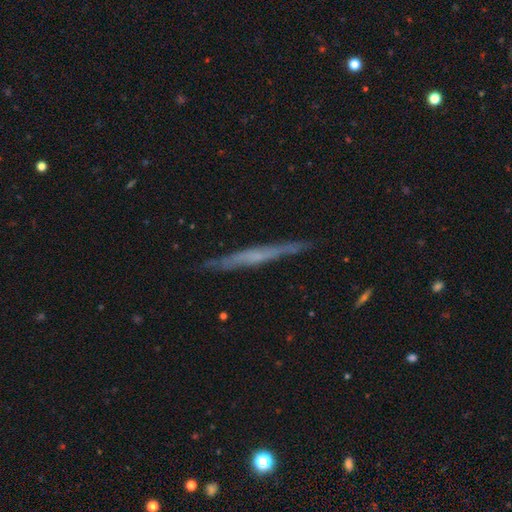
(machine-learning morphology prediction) Smooth or featured? Predicted: featured or disk (p=0.61). Edge-on disk? Predicted: yes (p=0.96). Edge-on bulge? Predicted: none (p=0.70). Merging? Predicted: none (p=0.88).